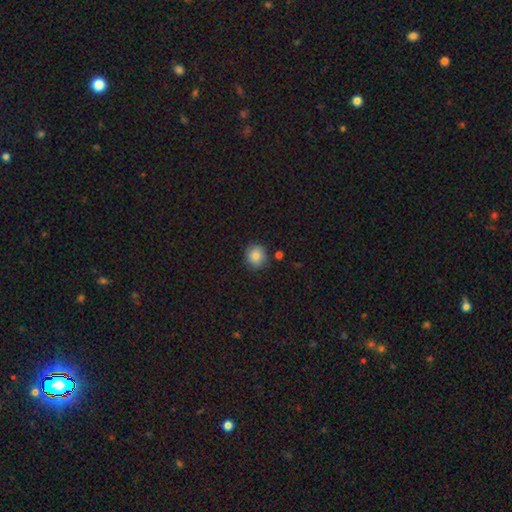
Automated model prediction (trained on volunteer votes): Smooth or featured?
  - smooth: 85% *
  - star or artifact: 9%
  - featured or disk: 6%
How rounded?
  - round: 88% *
  - in between: 11%
  - cigar-shaped: 1%
Merging?
  - none: 86% *
  - minor disturbance: 9%
  - merger: 3%
  - major disturbance: 2%